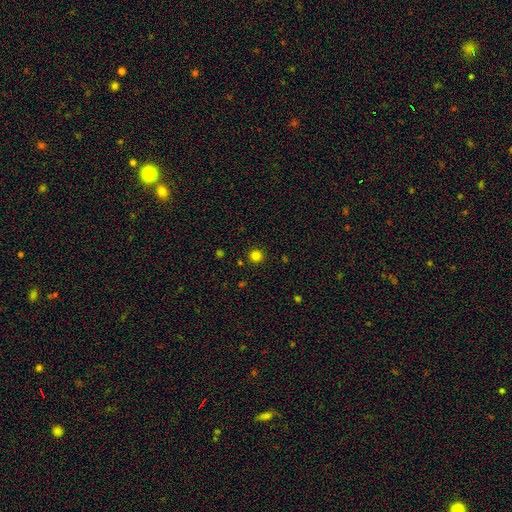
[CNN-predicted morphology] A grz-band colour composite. It shows a smooth galaxy with no disk features (82%) that is round (96%). Merging: none (92%).